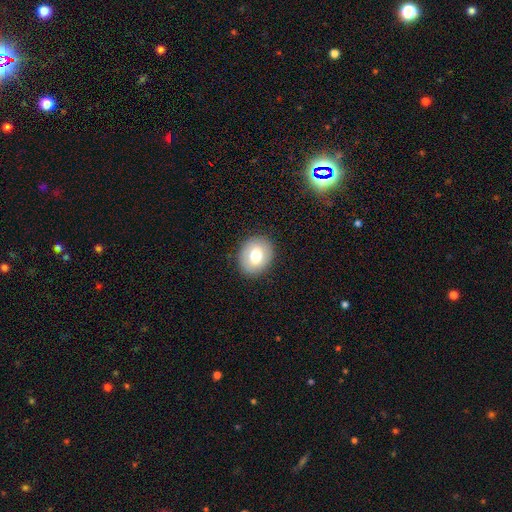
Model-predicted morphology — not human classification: A smooth galaxy with no disk features (73%) that is round (56%). Merging: none (89%).